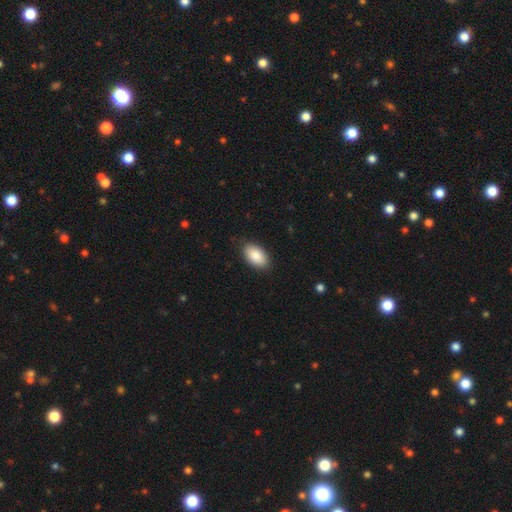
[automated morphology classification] Overall: smooth (88%). How rounded: in between (95%). Merging: none (86%).